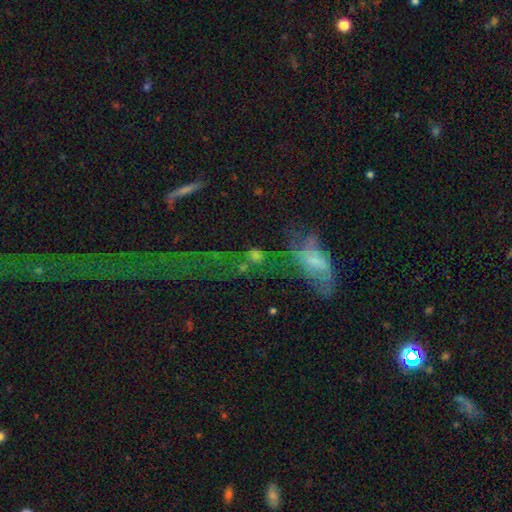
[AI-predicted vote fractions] smooth-or-featured: smooth: 39% | featured or disk: 35% | star or artifact: 26%
  merging: none: 38% | major disturbance: 27% | merger: 20% | minor disturbance: 16%